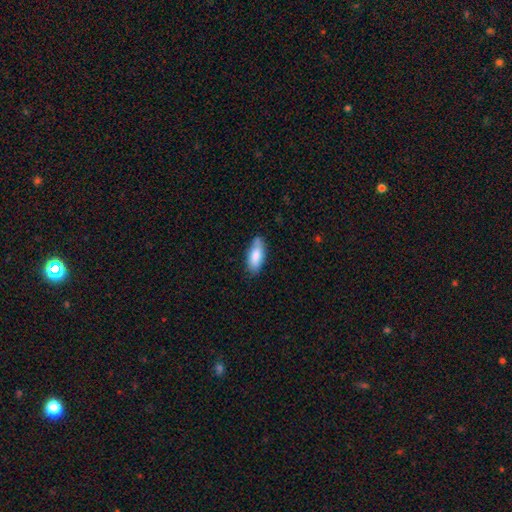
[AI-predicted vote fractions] smooth-or-featured: smooth: 82% | featured or disk: 12% | star or artifact: 6%
  how-rounded: in between: 81% | cigar-shaped: 17% | round: 2%
  merging: none: 72% | minor disturbance: 23% | major disturbance: 3% | merger: 2%